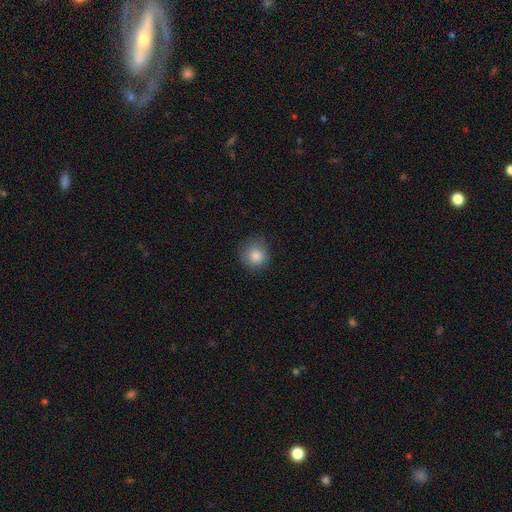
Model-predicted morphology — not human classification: The model was most divided on "merging": none: 78%, minor disturbance: 17%, major disturbance: 4%, merger: 1%. More confident: how rounded — round (88%); smooth or featured — smooth (85%).